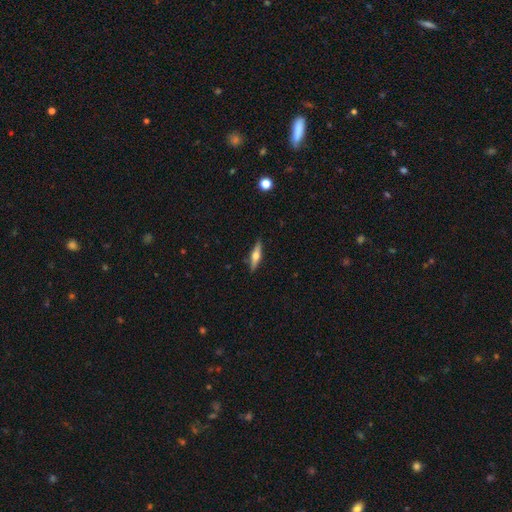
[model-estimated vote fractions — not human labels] Smooth or featured? Predicted: featured or disk (p=0.59). Edge-on disk? Predicted: yes (p=0.96). Edge-on bulge? Predicted: rounded (p=0.93). Merging? Predicted: none (p=0.89).